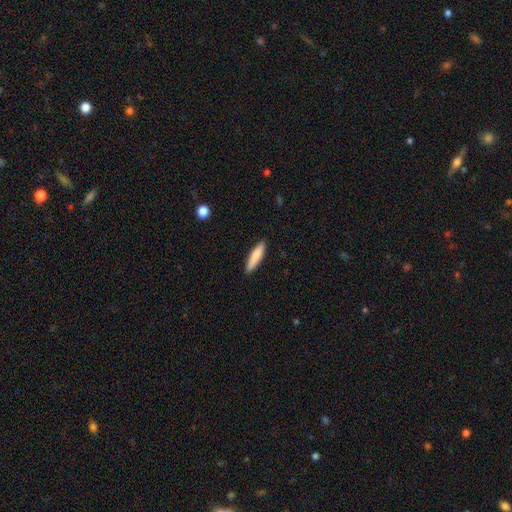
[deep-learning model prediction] The model was most divided on "how rounded": cigar-shaped: 77%, in between: 22%, round: 1%. More confident: merging — none (89%); smooth or featured — smooth (82%).